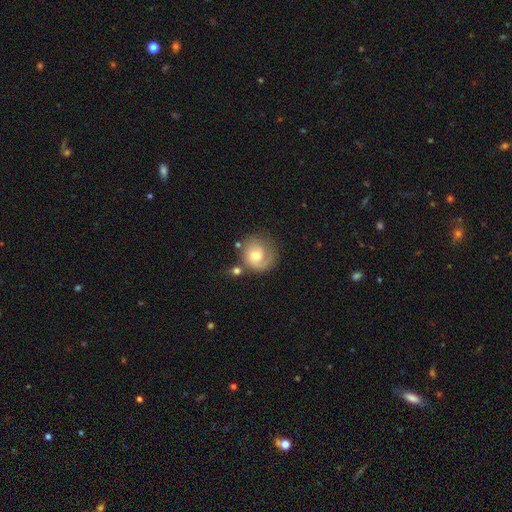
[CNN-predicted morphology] This is possibly a featured or disk galaxy (50%). It is clearly not viewed edge-on (97%). Merging: possibly none (58%).